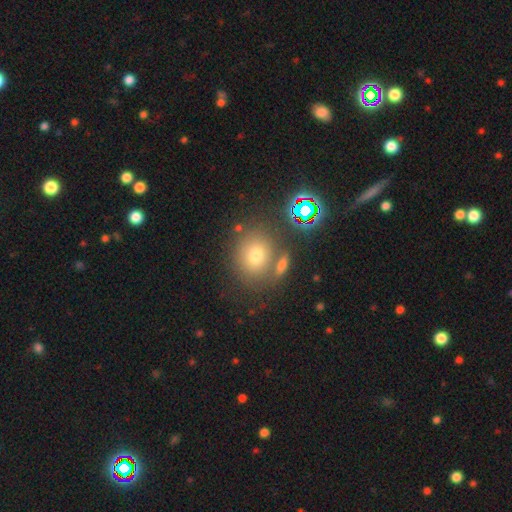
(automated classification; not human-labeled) Smooth or featured?
  - smooth: 67% *
  - star or artifact: 19%
  - featured or disk: 14%
How rounded?
  - round: 72% *
  - in between: 26%
  - cigar-shaped: 1%
Merging?
  - none: 68% *
  - merger: 16%
  - minor disturbance: 11%
  - major disturbance: 5%